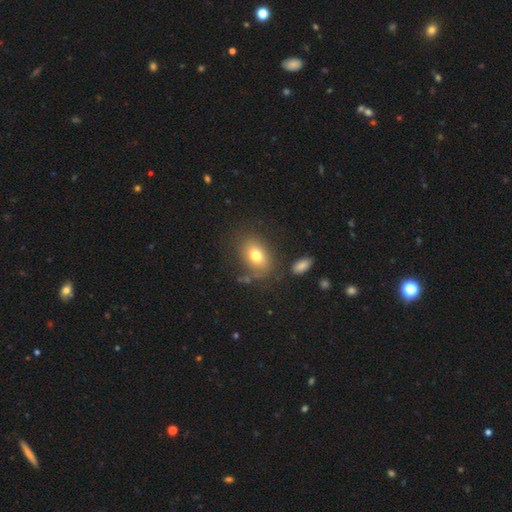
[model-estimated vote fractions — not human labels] smooth-or-featured: smooth: 75% | featured or disk: 15% | star or artifact: 10%
  how-rounded: in between: 76% | round: 23% | cigar-shaped: 1%
  merging: none: 74% | minor disturbance: 14% | major disturbance: 6% | merger: 5%